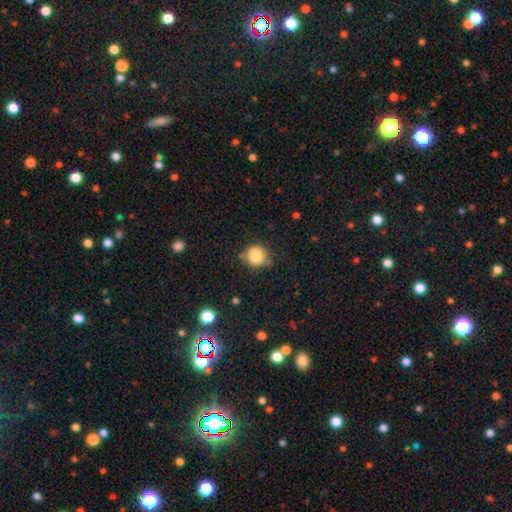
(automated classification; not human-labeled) The model was most divided on "merging": none: 74%, minor disturbance: 17%, merger: 5%, major disturbance: 4%. More confident: how rounded — round (91%); smooth or featured — smooth (83%).